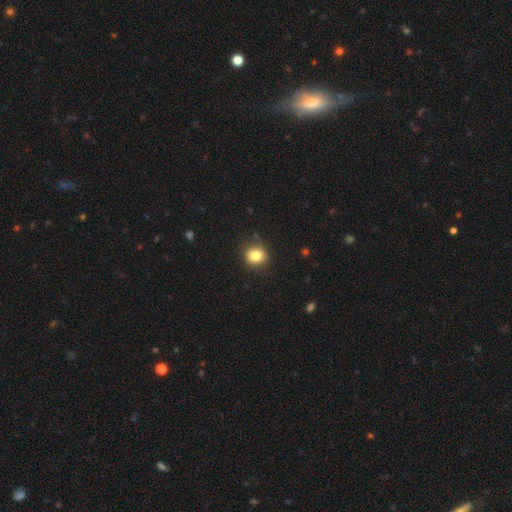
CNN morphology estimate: Overall: smooth (83%). How rounded: round (81%). Merging: none (89%).